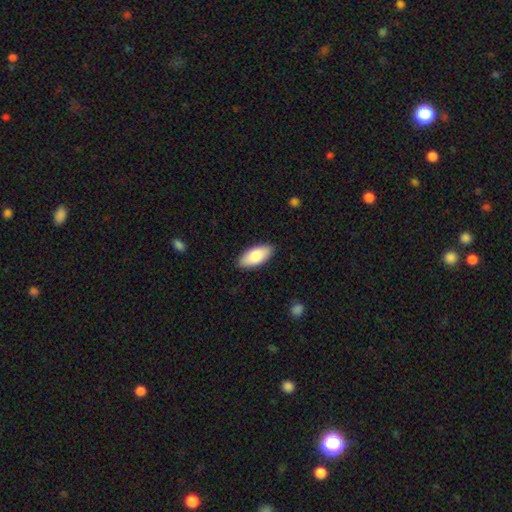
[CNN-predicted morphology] smooth-or-featured: smooth: 84% | featured or disk: 10% | star or artifact: 5%
  how-rounded: in between: 91% | cigar-shaped: 7% | round: 2%
  merging: none: 88% | minor disturbance: 9% | major disturbance: 2% | merger: 1%